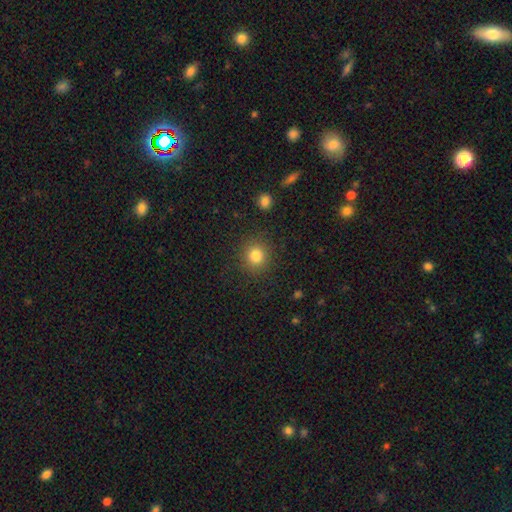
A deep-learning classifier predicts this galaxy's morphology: type=smooth (82%); roundness=round (91%); merging=none (89%).